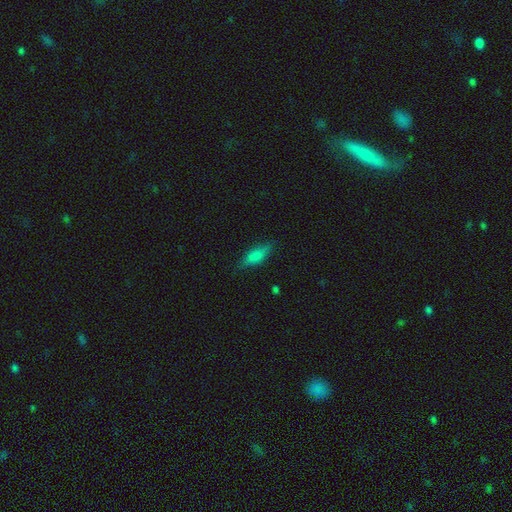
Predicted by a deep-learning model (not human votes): The model was most divided on "how rounded": in between: 62%, cigar-shaped: 35%, round: 3%. More confident: merging — none (76%); smooth or featured — smooth (73%).